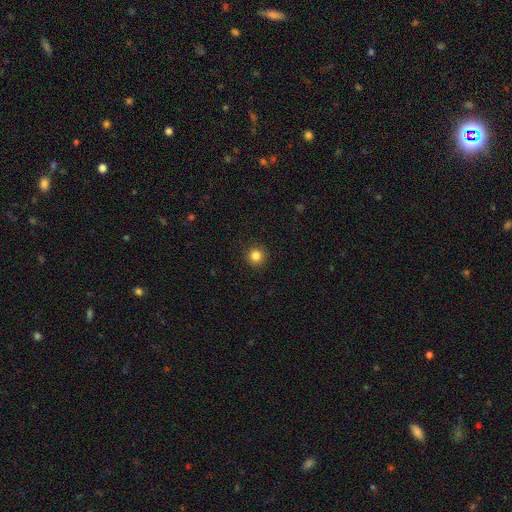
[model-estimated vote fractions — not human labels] This is clearly a smooth galaxy (84%). How rounded: clearly round (95%). Merging: clearly none (92%).